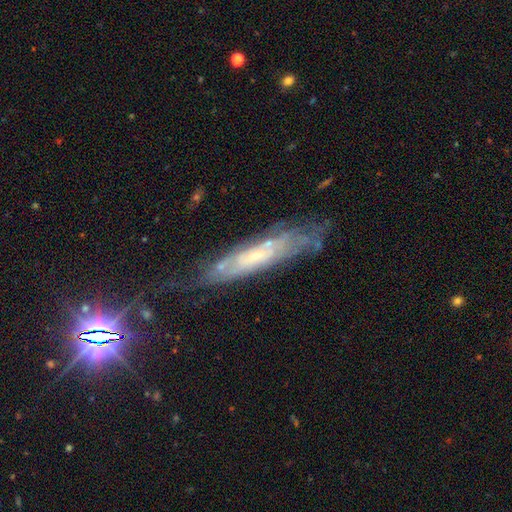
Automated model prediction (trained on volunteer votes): Morphology: type=featured or disk (69%); edge-on=no (62%); merging=none (58%).